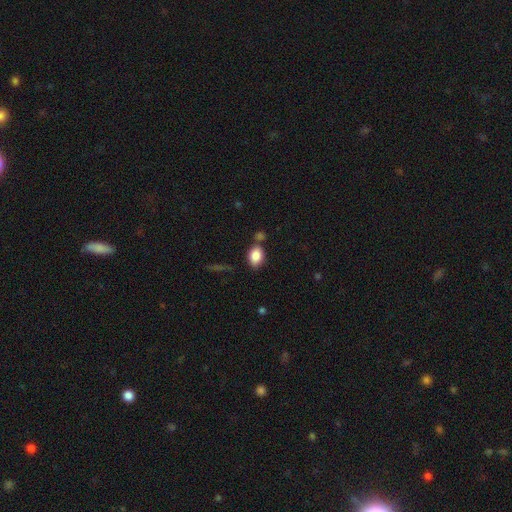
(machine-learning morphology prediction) This appears to be a smooth galaxy with no disk features (87%) that is in between round and cigar-shaped (76%). Merging: none (68%).